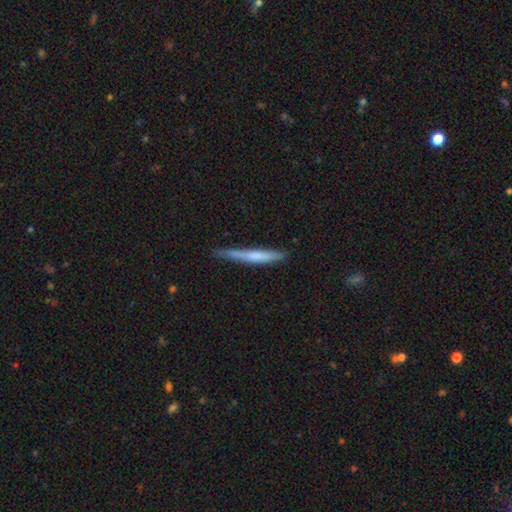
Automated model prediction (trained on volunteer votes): Smooth or featured?
  - smooth: 58% *
  - featured or disk: 36%
  - star or artifact: 6%
How rounded?
  - cigar-shaped: 96% *
  - in between: 3%
  - round: 1%
Merging?
  - none: 78% *
  - minor disturbance: 17%
  - major disturbance: 3%
  - merger: 2%